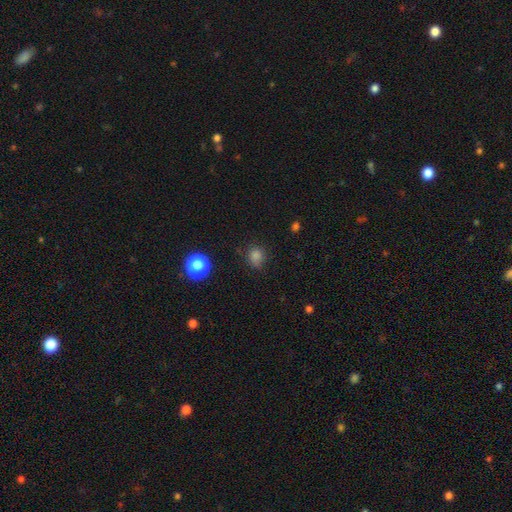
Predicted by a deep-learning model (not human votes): Smooth or featured?
  - smooth: 80% *
  - star or artifact: 16%
  - featured or disk: 4%
How rounded?
  - round: 78% *
  - in between: 21%
  - cigar-shaped: 1%
Merging?
  - none: 75% *
  - minor disturbance: 19%
  - major disturbance: 5%
  - merger: 2%